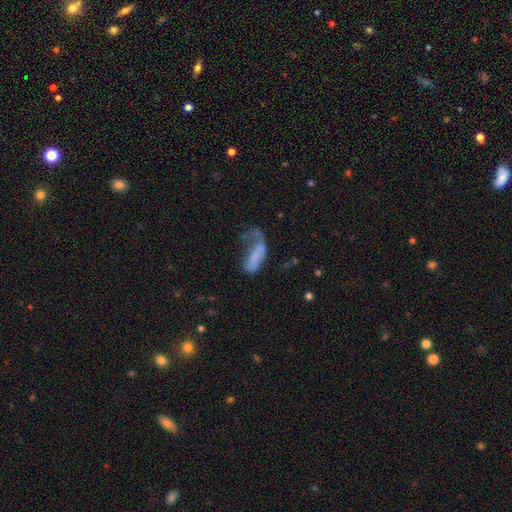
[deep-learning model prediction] Smooth or featured? Predicted: smooth (p=0.55). How rounded? Predicted: in between (p=0.75). Merging? Predicted: major disturbance (p=0.56).